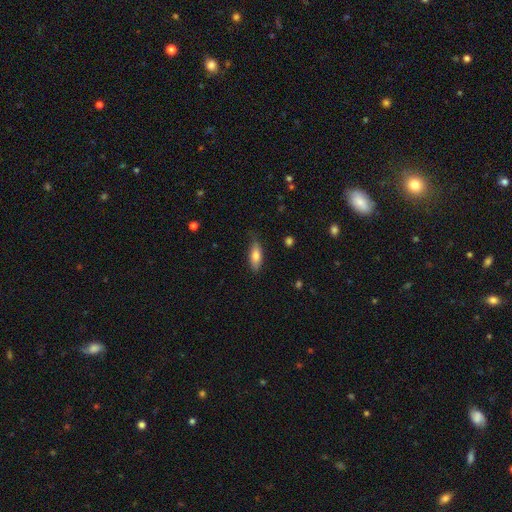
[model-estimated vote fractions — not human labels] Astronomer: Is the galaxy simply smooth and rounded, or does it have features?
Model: smooth — 74%.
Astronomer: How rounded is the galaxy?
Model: in between — 66%.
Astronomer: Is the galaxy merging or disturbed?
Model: none — 73%.